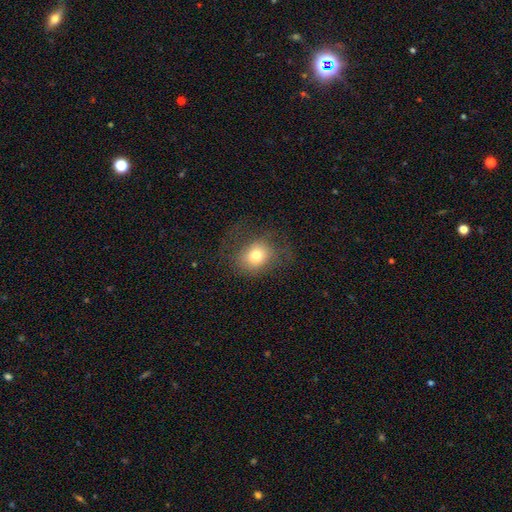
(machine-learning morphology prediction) smooth_or_featured: smooth (p=0.72) [alt: featured or disk p=0.15]
how_rounded: round (p=0.63) [alt: in between p=0.36]
merging: none (p=0.63) [alt: minor disturbance p=0.18]